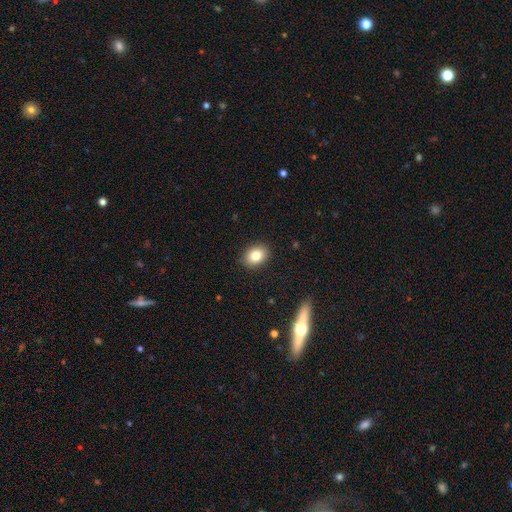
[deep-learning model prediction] A smooth galaxy with no disk features (82%) that is in between round and cigar-shaped (63%).

Vote fractions:
- Smooth or featured? smooth: 82% / star or artifact: 9% / featured or disk: 9%
- How rounded? in between: 63% / round: 36% / cigar-shaped: 1%
- Merging? none: 89% / minor disturbance: 8% / major disturbance: 2% / merger: 1%